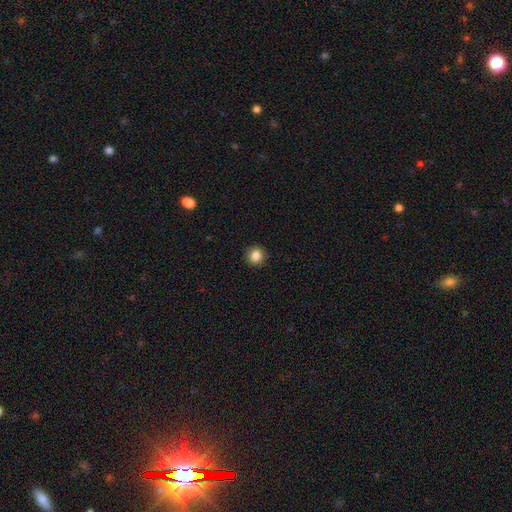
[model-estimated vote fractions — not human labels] Smooth or featured? Predicted: smooth (p=0.86). How rounded? Predicted: round (p=0.90). Merging? Predicted: none (p=0.91).